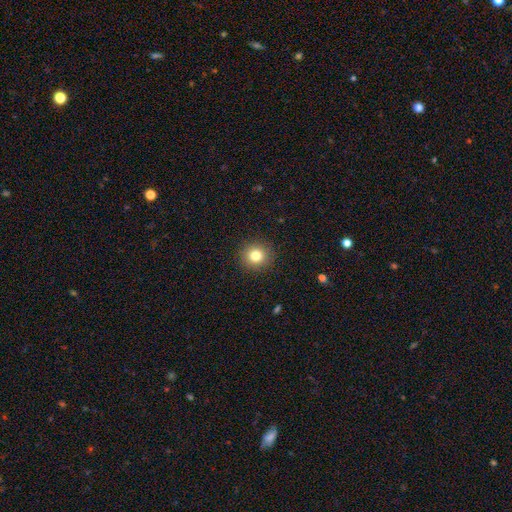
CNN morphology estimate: Q: Smooth or featured?
A: smooth (81%); runner-up: star or artifact (12%)
Q: How rounded?
A: round (93%); runner-up: in between (6%)
Q: Merging?
A: none (91%); runner-up: minor disturbance (5%)